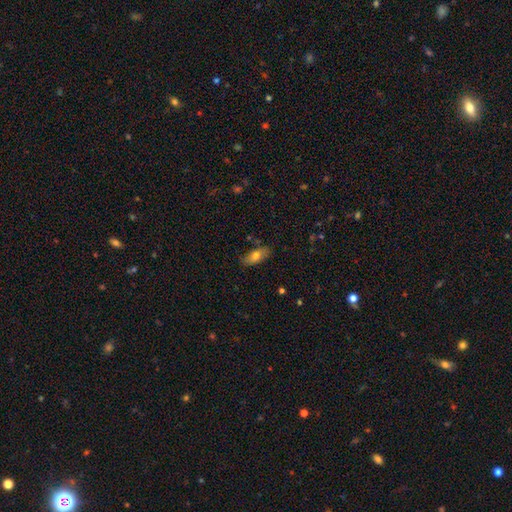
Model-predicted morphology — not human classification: smooth_or_featured: smooth (p=0.71) [alt: featured or disk p=0.21]
how_rounded: in between (p=0.81) [alt: cigar-shaped p=0.15]
merging: none (p=0.76) [alt: minor disturbance p=0.18]